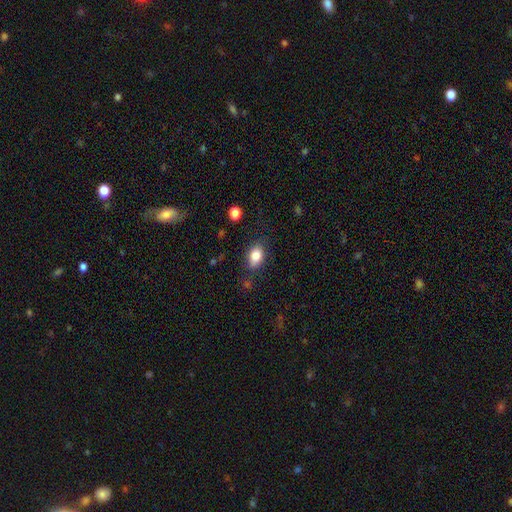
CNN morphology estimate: Smooth or featured? smooth (83%)
How rounded? in between (83%)
Merging? none (78%)